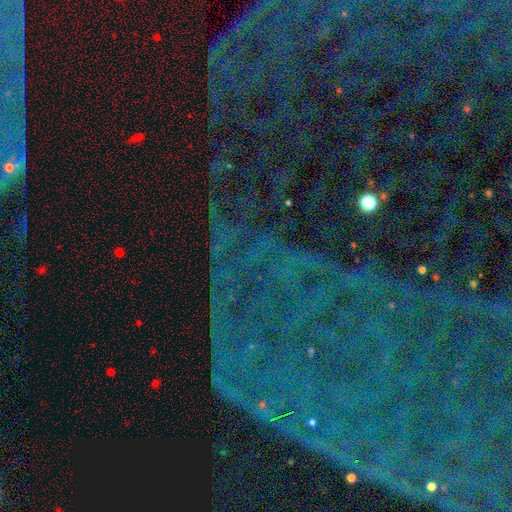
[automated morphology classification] A star or artifact, not a galaxy (86%).

Vote fractions:
- Smooth or featured? star or artifact: 86% / featured or disk: 7% / smooth: 6%